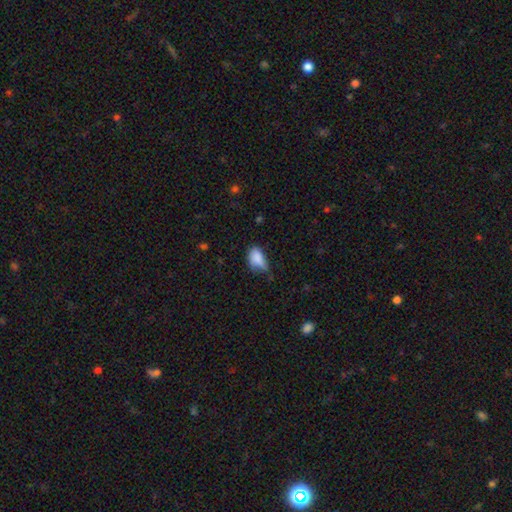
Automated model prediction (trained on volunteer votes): Smooth or featured? Predicted: smooth (p=0.84). How rounded? Predicted: in between (p=0.91). Merging? Predicted: minor disturbance (p=0.47).